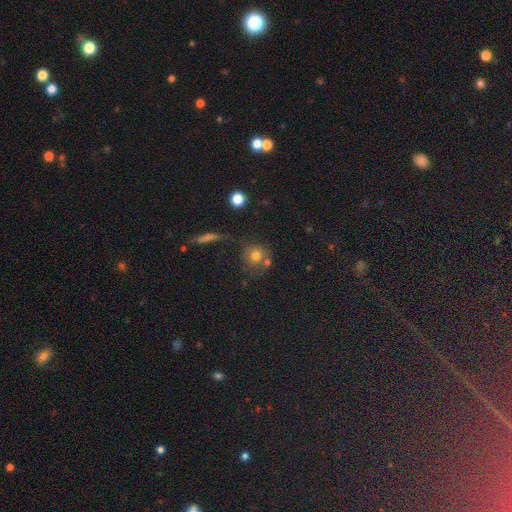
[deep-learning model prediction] A smooth galaxy with no disk features (71%) that is round (88%). Merging: none (59%).